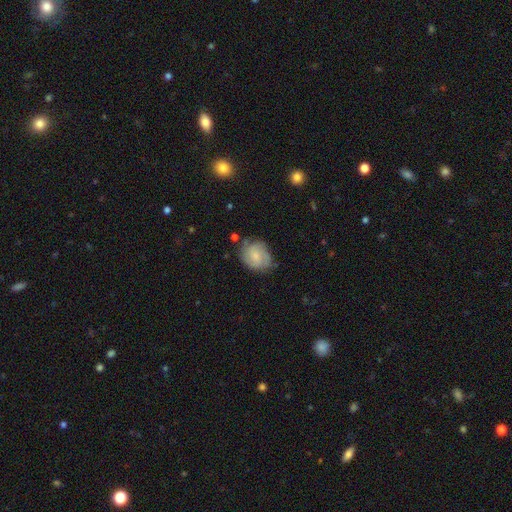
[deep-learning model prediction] This appears to be a smooth galaxy with no disk features (50%) that is round (54%). Merging: none (63%).